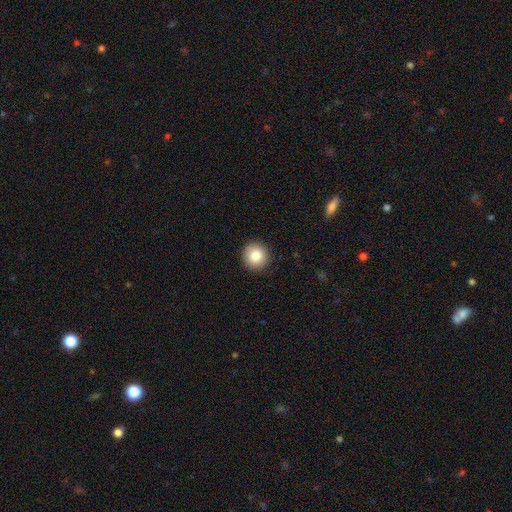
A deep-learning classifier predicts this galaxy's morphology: A smooth galaxy with no disk features (84%) that is round (93%). Merging: none (91%).